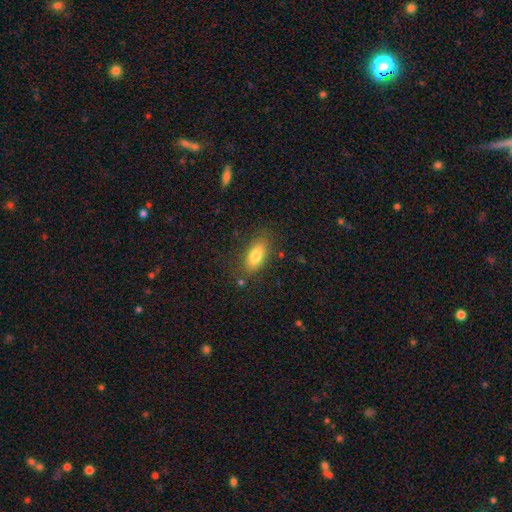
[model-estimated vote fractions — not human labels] Overall: smooth (80%). How rounded: in between (85%). Merging: none (79%).